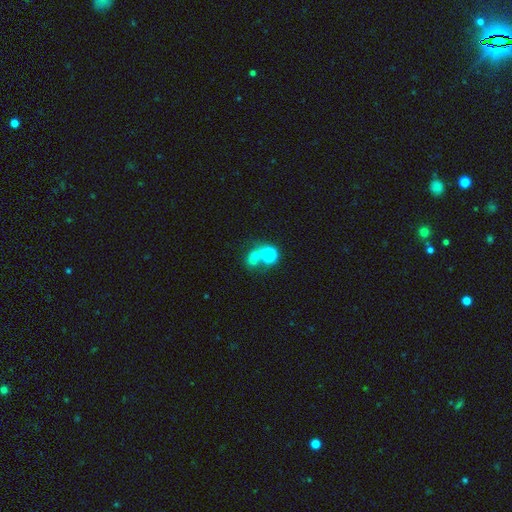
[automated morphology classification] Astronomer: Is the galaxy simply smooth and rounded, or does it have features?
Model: smooth — 57%.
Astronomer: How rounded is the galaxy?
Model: round — 70%.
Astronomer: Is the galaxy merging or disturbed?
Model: merger — 47% (runner-up: none, 37%).